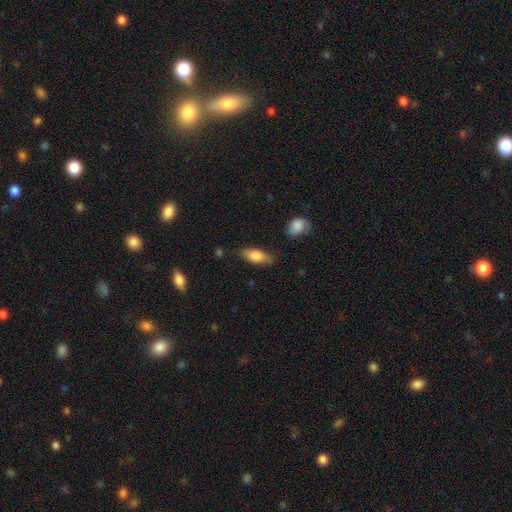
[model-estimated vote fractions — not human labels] Overall: smooth (76%). How rounded: in between (79%). Merging: none (71%).